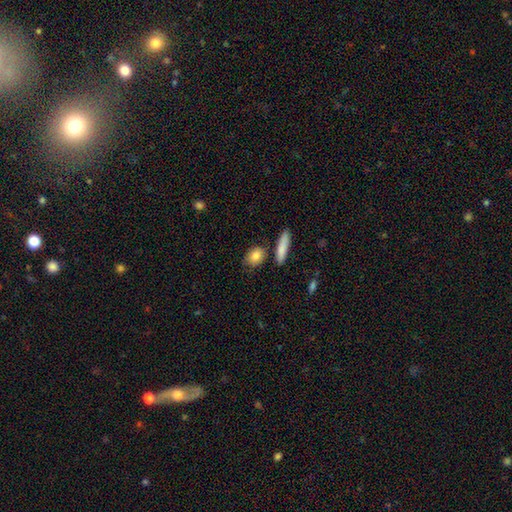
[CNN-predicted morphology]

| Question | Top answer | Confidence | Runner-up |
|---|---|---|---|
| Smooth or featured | smooth | 84% | featured or disk (9%) |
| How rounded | in between | 57% | round (35%) |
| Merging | none | 75% | minor disturbance (13%) |